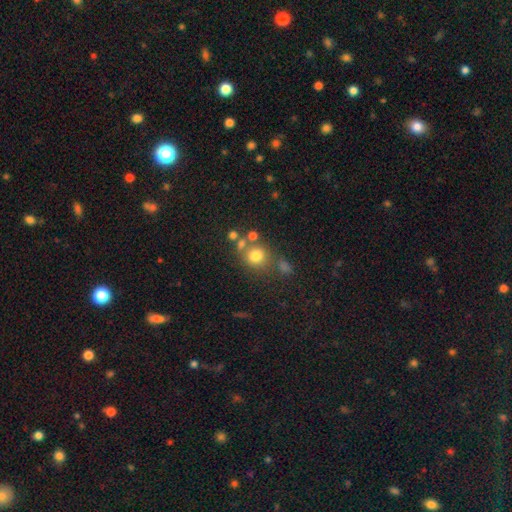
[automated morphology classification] Overall: smooth (74%). How rounded: round (86%). Merging: none (63%).